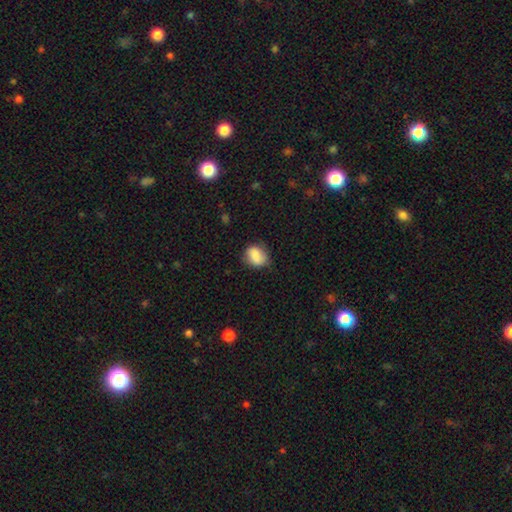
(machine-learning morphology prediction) smooth_or_featured: smooth (p=0.82) [alt: featured or disk p=0.10]
how_rounded: in between (p=0.51) [alt: round p=0.48]
merging: none (p=0.66) [alt: minor disturbance p=0.26]